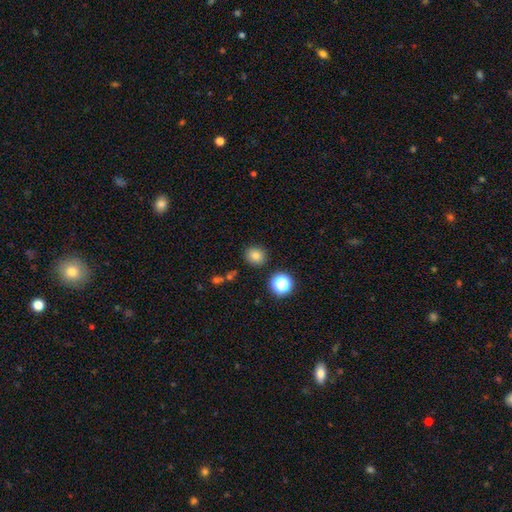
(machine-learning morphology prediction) smooth-or-featured: smooth: 79% | star or artifact: 14% | featured or disk: 6%
  how-rounded: round: 85% | in between: 14% | cigar-shaped: 1%
  merging: none: 87% | minor disturbance: 7% | merger: 3% | major disturbance: 2%